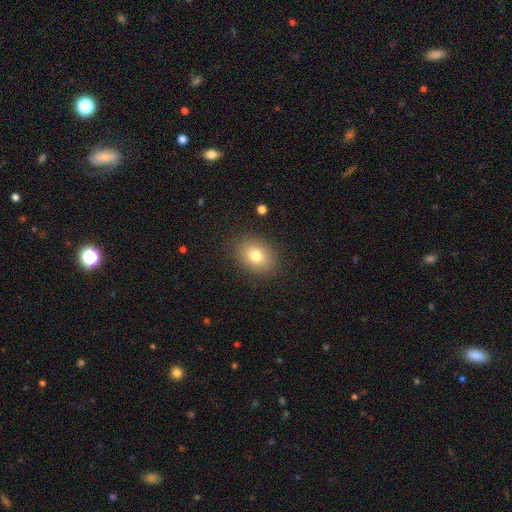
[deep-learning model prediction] Morphology: type=smooth (79%); roundness=in between (57%); merging=none (87%).